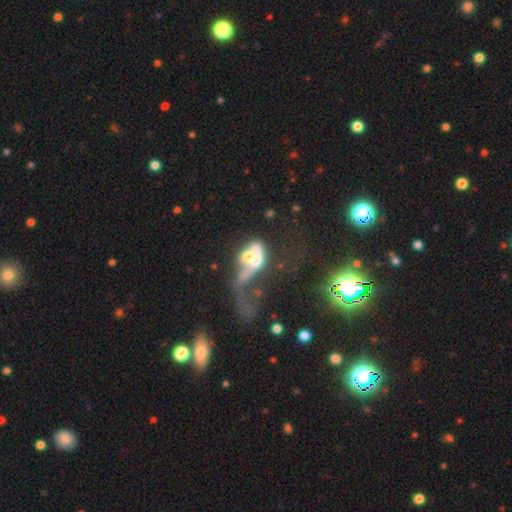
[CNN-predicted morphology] featured or disk 49%, smooth 35%, star or artifact 16%. Down the decision tree: merging — merger (55%).